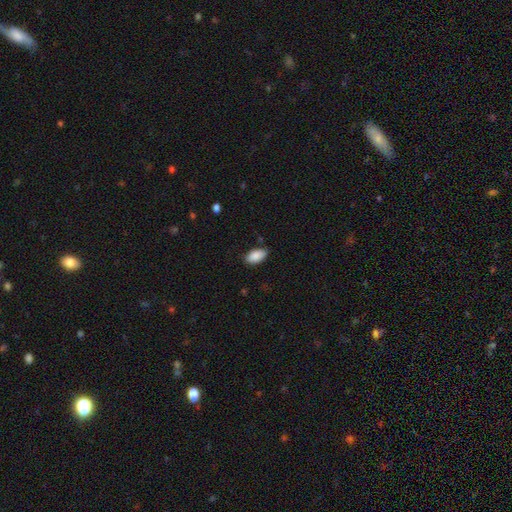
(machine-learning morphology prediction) smooth 89%, star or artifact 7%, featured or disk 4%. Down the decision tree: how rounded — in between (94%); merging — none (81%).